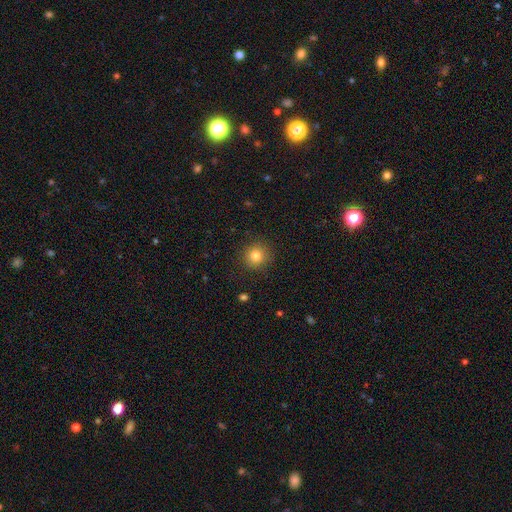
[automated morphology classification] smooth-or-featured: smooth: 81% | star or artifact: 12% | featured or disk: 7%
  how-rounded: round: 92% | in between: 7% | cigar-shaped: 1%
  merging: none: 90% | minor disturbance: 7% | major disturbance: 2% | merger: 1%